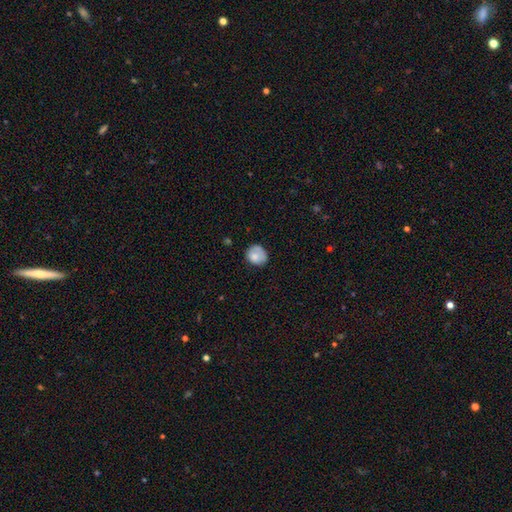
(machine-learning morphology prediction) Smooth or featured? Predicted: smooth (p=0.77). How rounded? Predicted: round (p=0.72). Merging? Predicted: none (p=0.60).